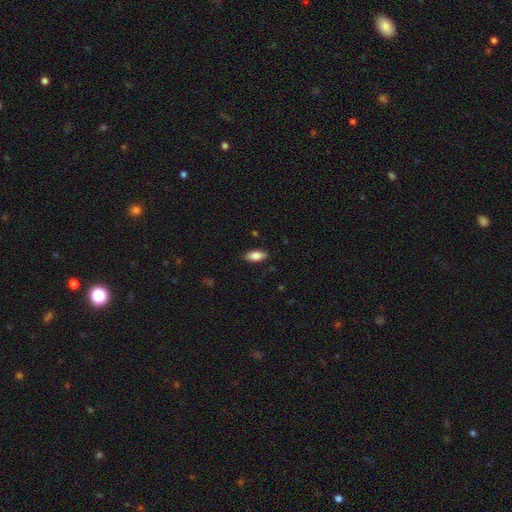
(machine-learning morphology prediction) This appears to be a smooth galaxy with no disk features (82%) that is in between round and cigar-shaped (84%). Merging: none (86%).